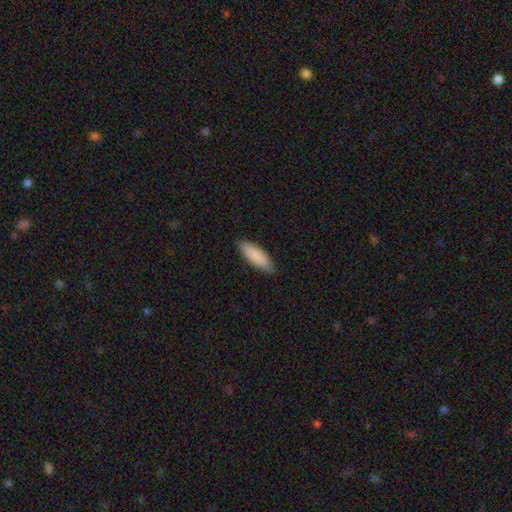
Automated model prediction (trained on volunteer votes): Q: Smooth or featured?
A: smooth (89%); runner-up: featured or disk (6%)
Q: How rounded?
A: in between (66%); runner-up: cigar-shaped (33%)
Q: Merging?
A: none (86%); runner-up: minor disturbance (11%)